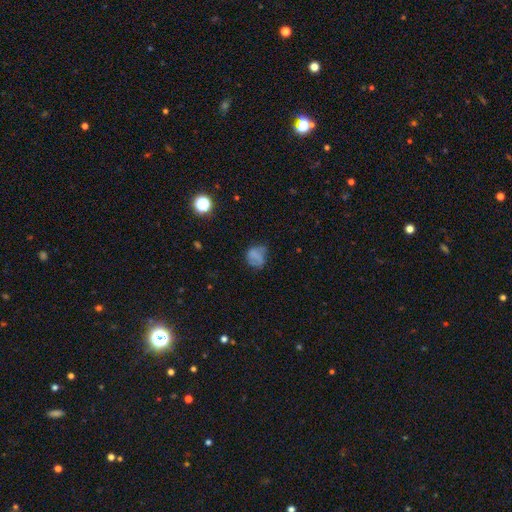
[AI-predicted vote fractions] The model was most divided on "merging": none: 51%, minor disturbance: 28%, major disturbance: 17%, merger: 3%. More confident: how rounded — round (64%); smooth or featured — smooth (64%).